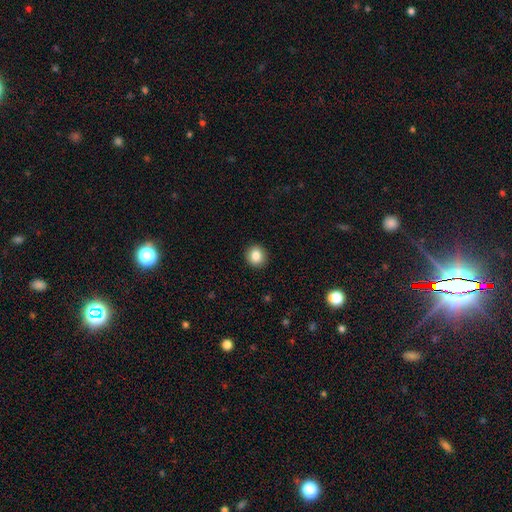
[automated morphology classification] Smooth or featured? Predicted: smooth (p=0.85). How rounded? Predicted: round (p=0.89). Merging? Predicted: none (p=0.92).